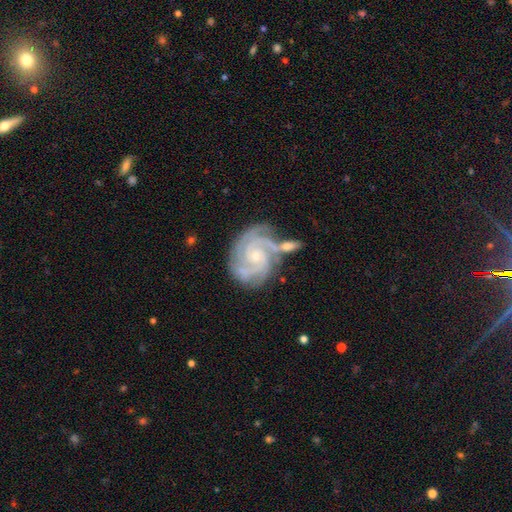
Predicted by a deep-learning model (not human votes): Overall: featured or disk (91%). Edge-on disk: no (98%). Bar: no (70%). Spiral arms: yes (98%). Spiral arm count: 3 (42%; 4 23%). Spiral winding: tight (74%). Bulge size: small (75%). Merging: none (52%; merger 23%).